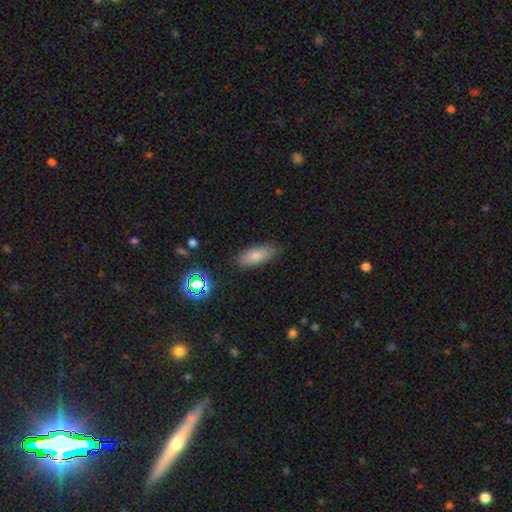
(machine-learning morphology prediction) This is likely a smooth galaxy (76%). How rounded: likely in between (79%). Merging: clearly none (82%).